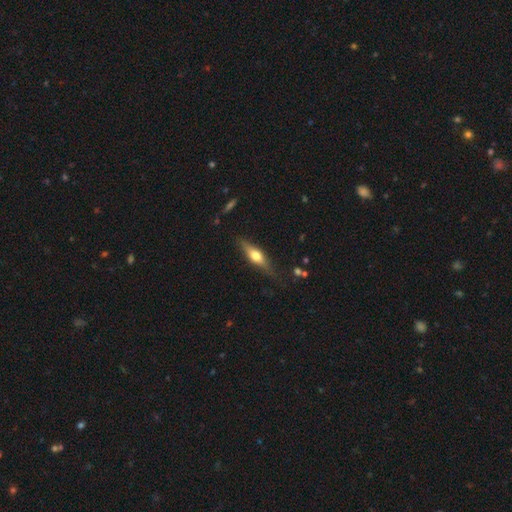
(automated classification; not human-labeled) Smooth or featured? Predicted: featured or disk (p=0.48). Merging? Predicted: none (p=0.79).